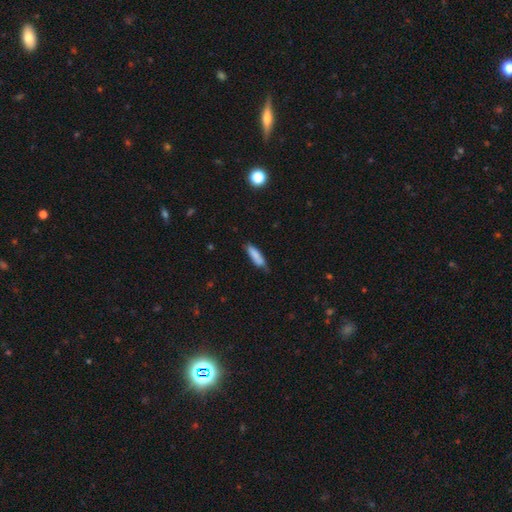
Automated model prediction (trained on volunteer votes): smooth_or_featured: smooth (p=0.83) [alt: featured or disk p=0.10]
how_rounded: cigar-shaped (p=0.65) [alt: in between p=0.34]
merging: none (p=0.69) [alt: minor disturbance p=0.24]